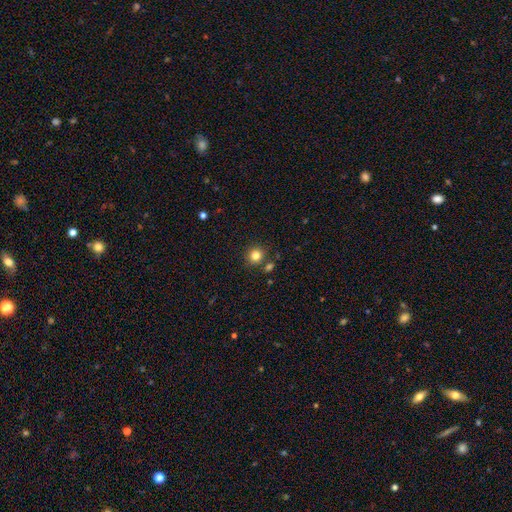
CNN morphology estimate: smooth 82%, star or artifact 12%, featured or disk 5%. Down the decision tree: how rounded — round (90%); merging — none (81%).